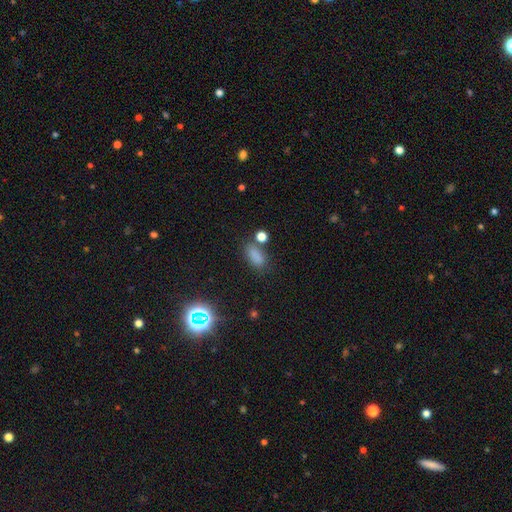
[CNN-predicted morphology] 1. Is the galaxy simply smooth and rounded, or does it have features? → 78% smooth, 16% star or artifact, 6% featured or disk.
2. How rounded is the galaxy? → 84% in between, 9% round, 7% cigar-shaped.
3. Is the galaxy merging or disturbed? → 68% none, 16% minor disturbance, 11% merger, 6% major disturbance.